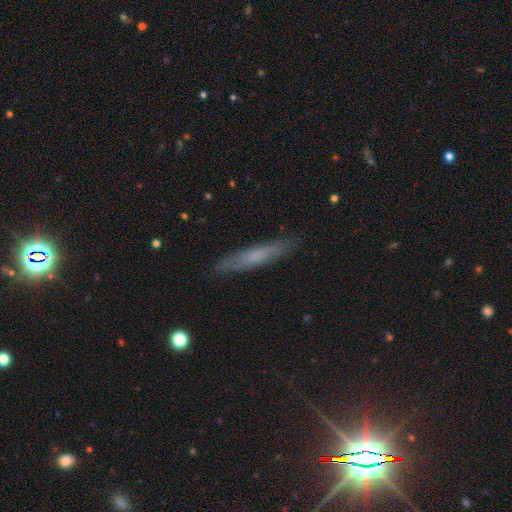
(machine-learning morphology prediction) Overall: smooth (58%; featured or disk 34%). How rounded: cigar-shaped (91%). Merging: none (87%).